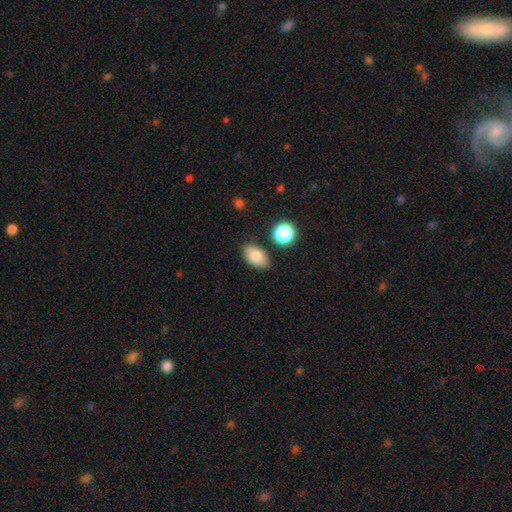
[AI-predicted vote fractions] Overall: smooth (80%). How rounded: in between (90%). Merging: none (82%).